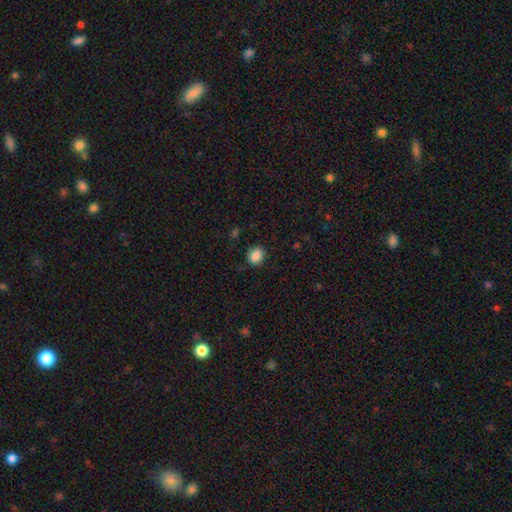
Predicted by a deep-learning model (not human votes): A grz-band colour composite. It shows a smooth galaxy with no disk features (86%) that is round (65%). Merging: none (84%).